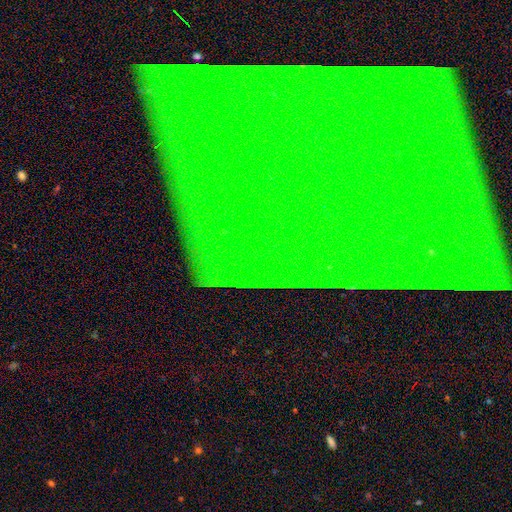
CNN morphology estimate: Smooth or featured? star or artifact (84%)